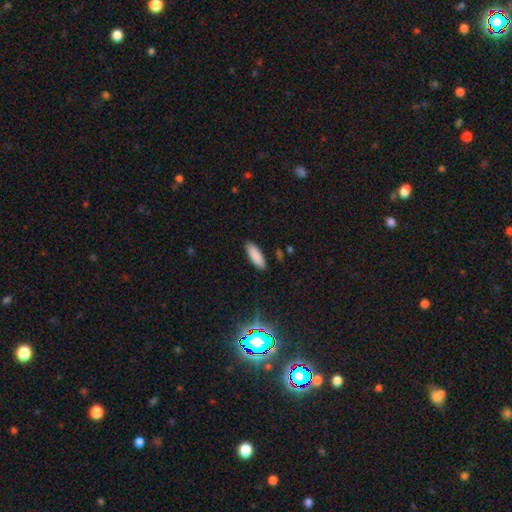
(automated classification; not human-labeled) Smooth or featured: smooth — 87% (star or artifact — 8%)
How rounded: in between — 59% (cigar-shaped — 40%)
Merging: none — 89% (minor disturbance — 8%)